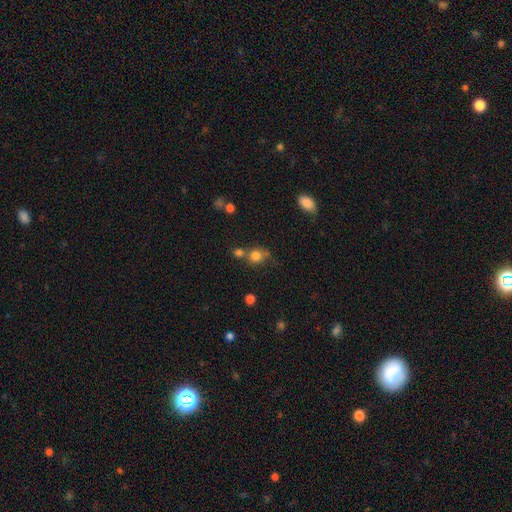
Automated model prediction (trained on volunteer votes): smooth 78%, star or artifact 13%, featured or disk 9%. Down the decision tree: how rounded — round (81%); merging — none (48%).